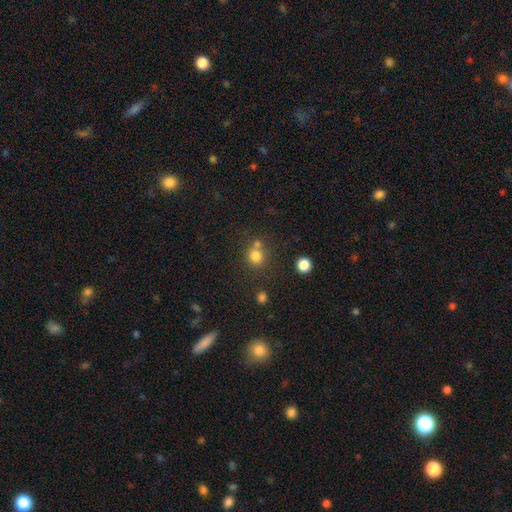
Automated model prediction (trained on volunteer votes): Smooth or featured? smooth (78%)
How rounded? round (84%)
Merging? none (58%)